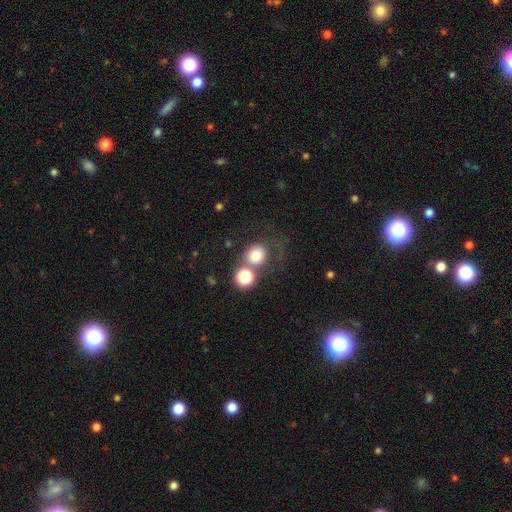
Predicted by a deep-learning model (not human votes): smooth-or-featured: smooth: 76% | star or artifact: 13% | featured or disk: 11%
  how-rounded: round: 78% | in between: 21% | cigar-shaped: 1%
  merging: none: 48% | merger: 29% | minor disturbance: 12% | major disturbance: 11%